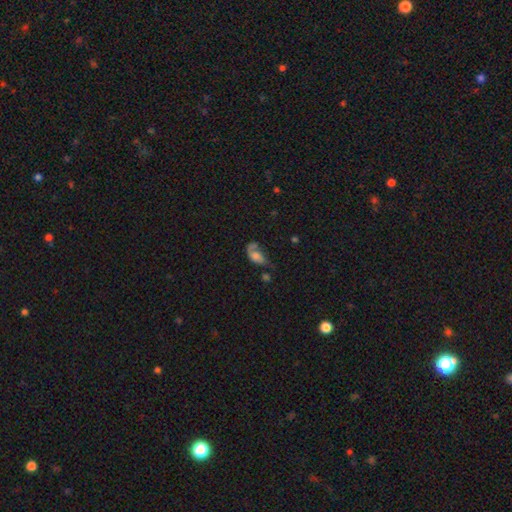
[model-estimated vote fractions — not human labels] This is possibly a smooth galaxy (56%). How rounded: clearly in between (87%). Merging: marginally major disturbance (37%).